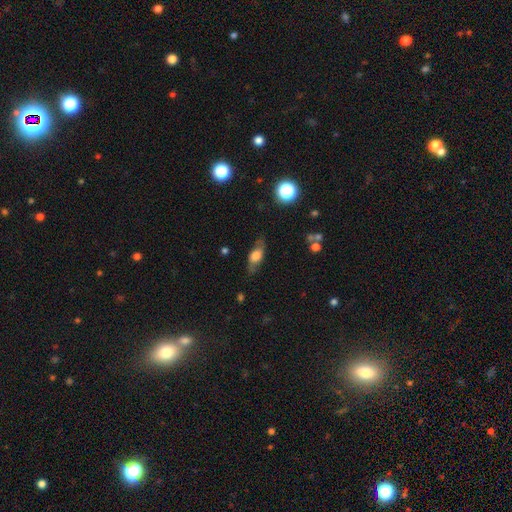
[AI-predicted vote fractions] A smooth galaxy with no disk features (56%) that is in between round and cigar-shaped (69%). Merging: none (72%).